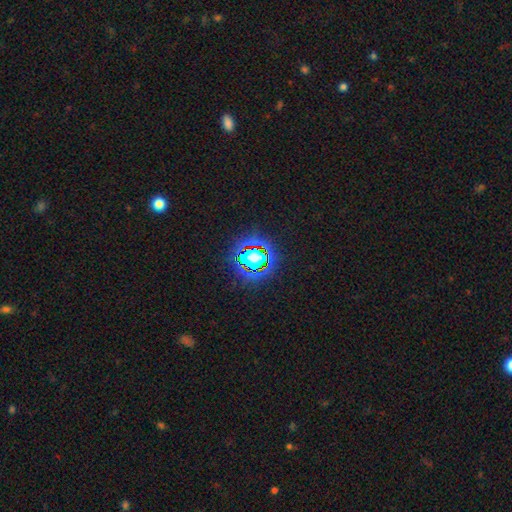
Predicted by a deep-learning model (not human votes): The model was most divided on "smooth or featured": star or artifact: 80%, smooth: 13%, featured or disk: 8%.